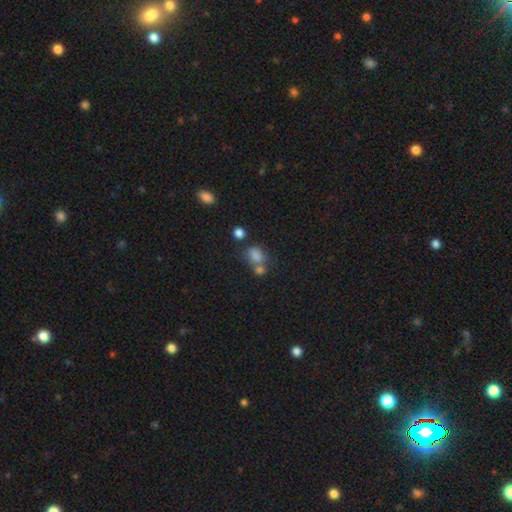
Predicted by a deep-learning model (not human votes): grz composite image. It shows a smooth galaxy with no disk features (77%) that is in between round and cigar-shaped (63%). Merging: merger (41%).